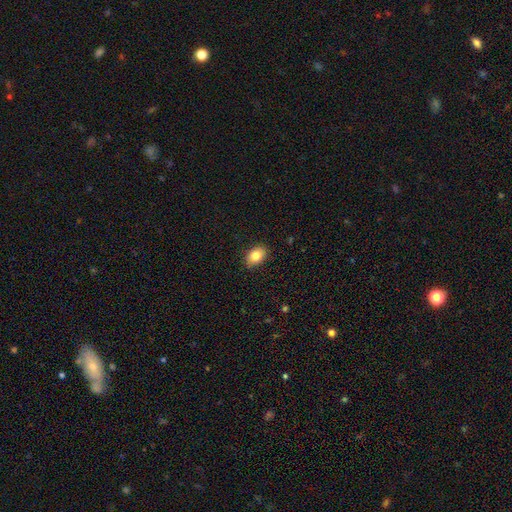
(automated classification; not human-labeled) A smooth galaxy with no disk features (82%) that is in between round and cigar-shaped (83%). Merging: none (88%).